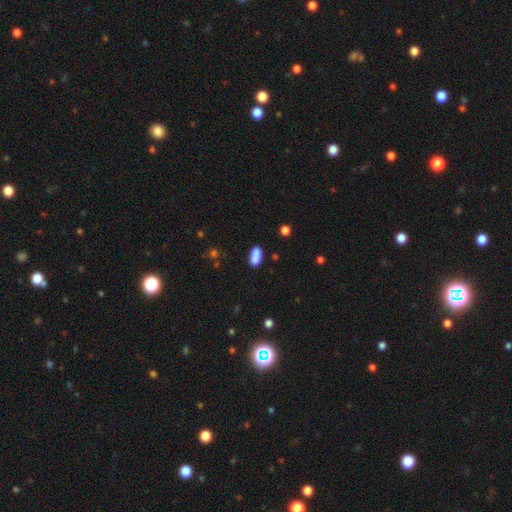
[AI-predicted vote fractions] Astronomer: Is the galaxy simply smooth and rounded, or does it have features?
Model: smooth — 82%.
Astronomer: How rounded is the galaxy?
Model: in between — 82%.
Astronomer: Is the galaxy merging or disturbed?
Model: none — 56%.